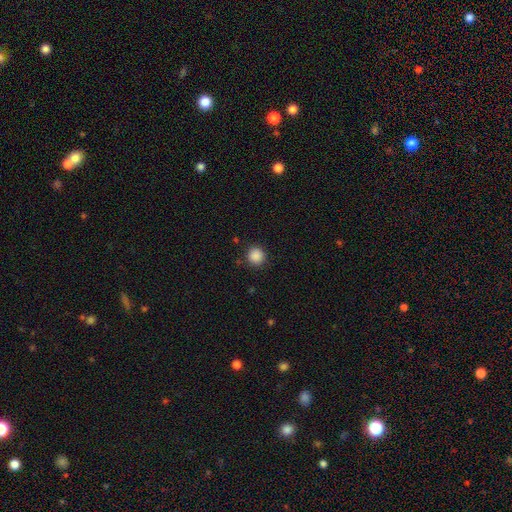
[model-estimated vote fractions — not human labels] A smooth galaxy with no disk features (87%) that is round (91%).

Vote fractions:
- Smooth or featured? smooth: 87% / star or artifact: 10% / featured or disk: 3%
- How rounded? round: 91% / in between: 8% / cigar-shaped: 1%
- Merging? none: 88% / minor disturbance: 8% / major disturbance: 2% / merger: 1%